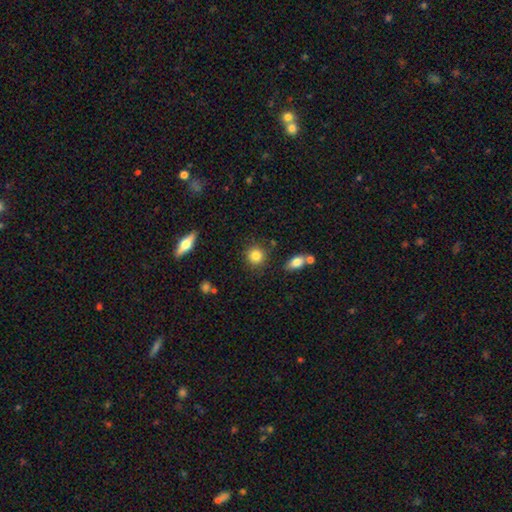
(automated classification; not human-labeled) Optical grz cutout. It shows a smooth galaxy with no disk features (83%) that is round (88%). Merging: none (83%).